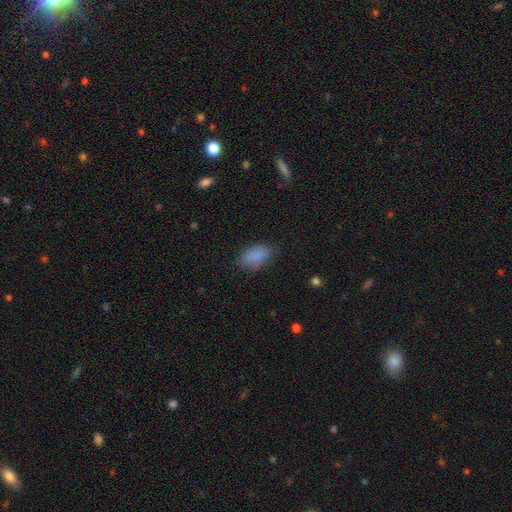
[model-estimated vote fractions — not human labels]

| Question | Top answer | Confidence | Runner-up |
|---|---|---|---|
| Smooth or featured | smooth | 86% | star or artifact (8%) |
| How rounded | in between | 92% | round (6%) |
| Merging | none | 77% | minor disturbance (17%) |